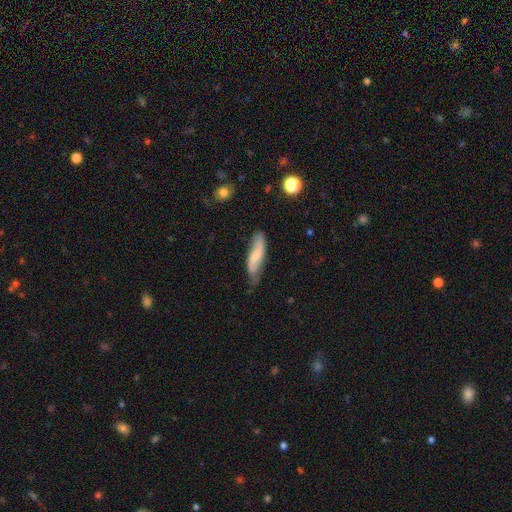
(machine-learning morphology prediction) Smooth or featured? smooth (52%)
How rounded? cigar-shaped (65%)
Merging? none (67%)